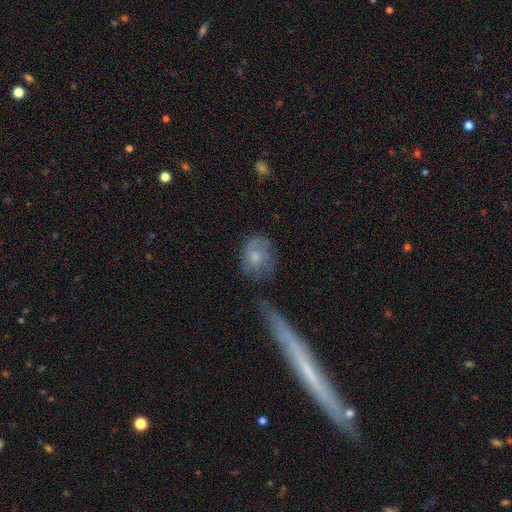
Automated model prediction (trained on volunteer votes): Smooth or featured? Predicted: smooth (p=0.56). How rounded? Predicted: round (p=0.52). Merging? Predicted: none (p=0.50).